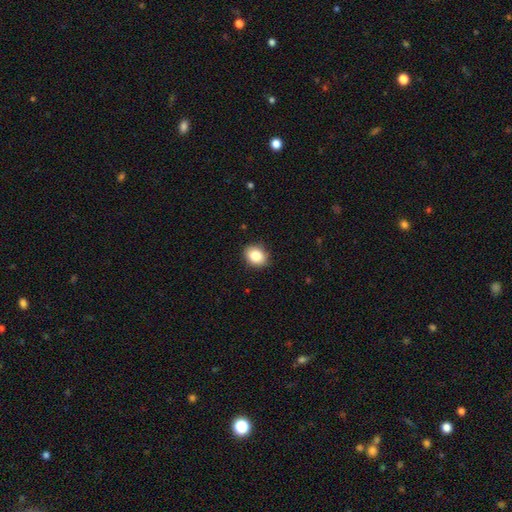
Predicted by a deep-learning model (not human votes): A smooth galaxy with no disk features (85%) that is in between round and cigar-shaped (57%). Merging: none (88%).